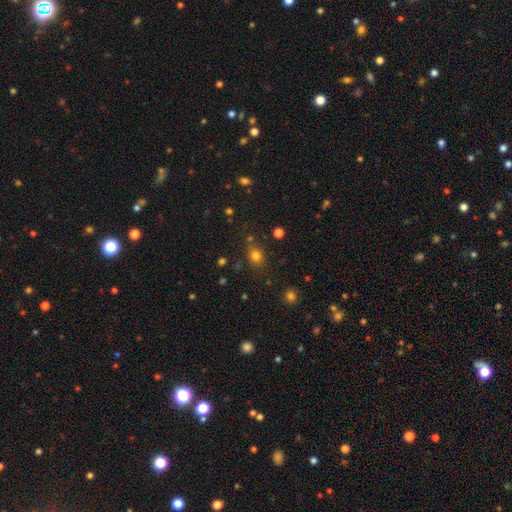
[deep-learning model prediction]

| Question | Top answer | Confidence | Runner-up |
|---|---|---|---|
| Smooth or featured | smooth | 76% | star or artifact (17%) |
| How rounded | round | 61% | in between (37%) |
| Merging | none | 76% | minor disturbance (13%) |